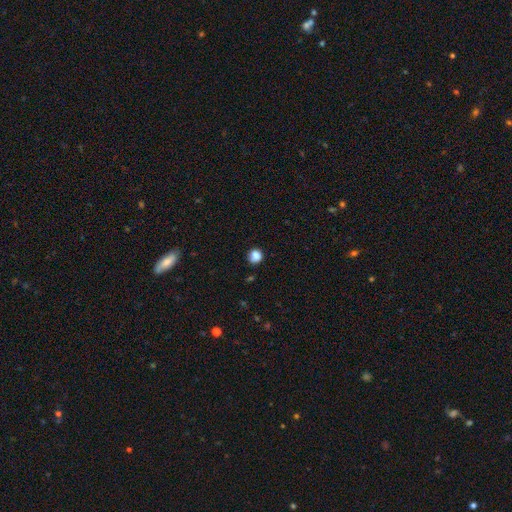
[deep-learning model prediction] smooth_or_featured: smooth (p=0.85) [alt: star or artifact p=0.11]
how_rounded: round (p=0.88) [alt: in between p=0.11]
merging: none (p=0.85) [alt: minor disturbance p=0.11]